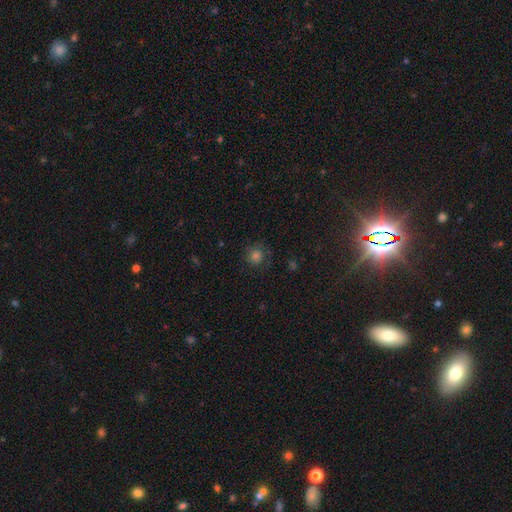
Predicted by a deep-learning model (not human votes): This is likely a smooth galaxy (63%). How rounded: clearly round (87%). Merging: likely none (74%).